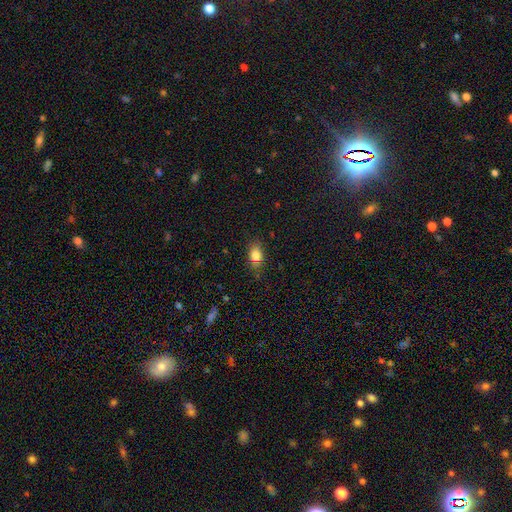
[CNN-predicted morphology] Overall: smooth (81%). How rounded: in between (80%). Merging: none (76%).